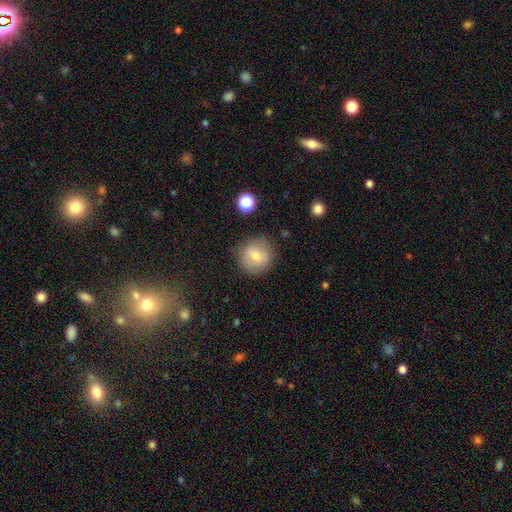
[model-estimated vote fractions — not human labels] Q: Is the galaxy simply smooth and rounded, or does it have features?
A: smooth — 66%.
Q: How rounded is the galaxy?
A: round — 91%.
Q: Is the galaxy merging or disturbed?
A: none — 85%.